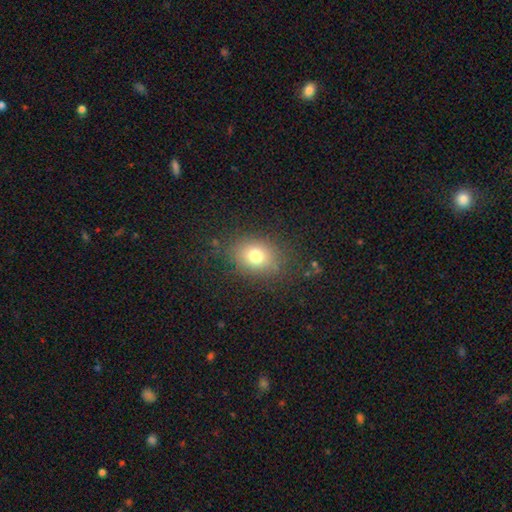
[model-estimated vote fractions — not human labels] Morphology: type=smooth (74%); roundness=in between (53%); merging=none (82%).